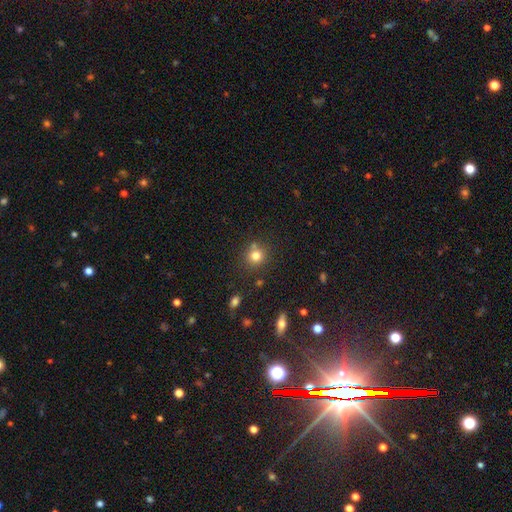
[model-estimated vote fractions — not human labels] Q: Smooth or featured?
A: smooth (77%); runner-up: star or artifact (14%)
Q: How rounded?
A: round (89%); runner-up: in between (10%)
Q: Merging?
A: none (73%); runner-up: merger (15%)